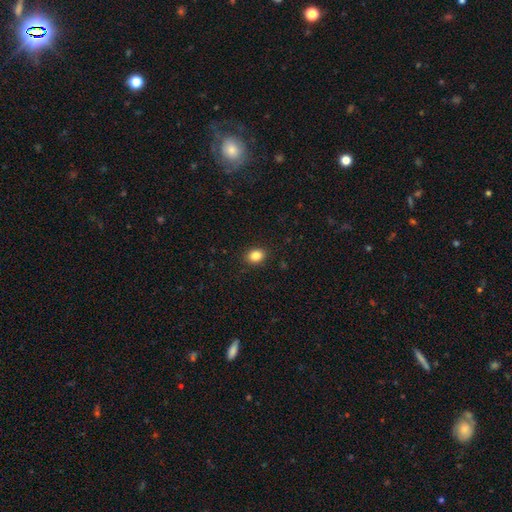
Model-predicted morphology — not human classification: Q: Smooth or featured?
A: smooth (85%); runner-up: star or artifact (10%)
Q: How rounded?
A: in between (54%); runner-up: round (45%)
Q: Merging?
A: none (89%); runner-up: minor disturbance (7%)